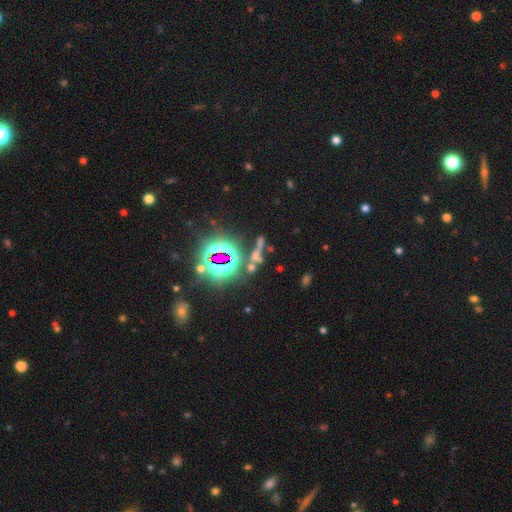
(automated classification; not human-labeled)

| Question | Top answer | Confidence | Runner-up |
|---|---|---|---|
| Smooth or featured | star or artifact | 59% | smooth (23%) |